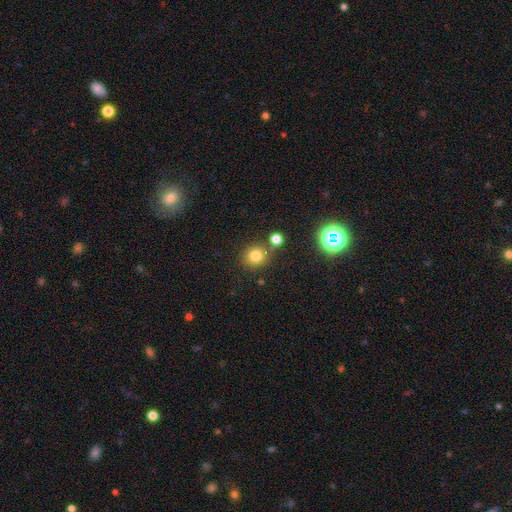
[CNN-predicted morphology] Smooth or featured? smooth (78%)
How rounded? round (84%)
Merging? none (74%)